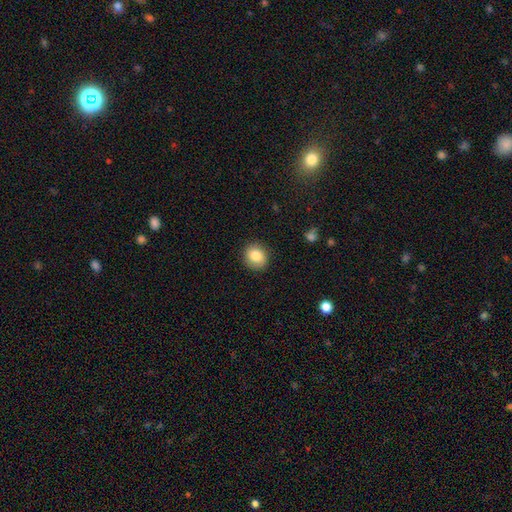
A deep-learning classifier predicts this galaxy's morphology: The model was most divided on "how rounded": round: 74%, in between: 25%, cigar-shaped: 1%. More confident: merging — none (88%); smooth or featured — smooth (83%).